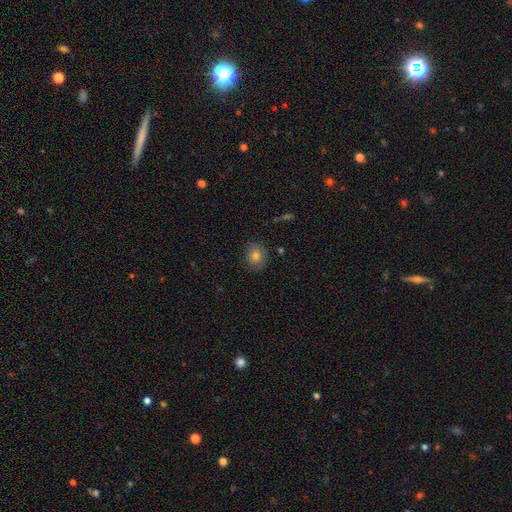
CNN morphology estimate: This appears to be a smooth galaxy with no disk features (80%) that is round (72%). Merging: none (86%).